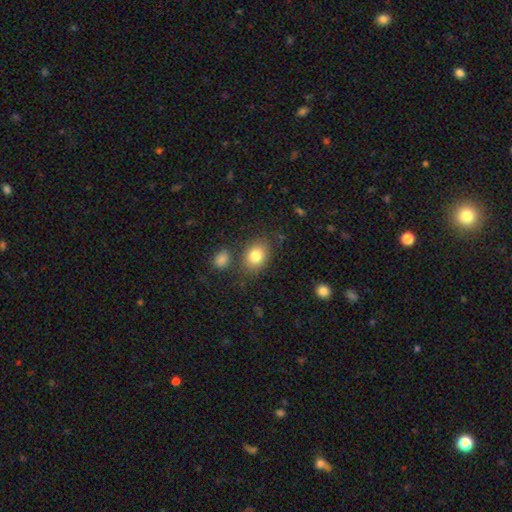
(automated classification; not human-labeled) Smooth or featured: smooth — 82% (featured or disk — 9%)
How rounded: in between — 66% (round — 33%)
Merging: none — 78% (minor disturbance — 12%)